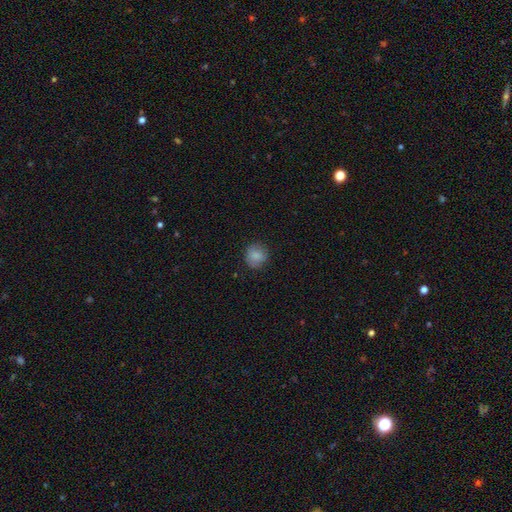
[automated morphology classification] Smooth or featured: smooth — 84% (star or artifact — 9%)
How rounded: round — 86% (in between — 13%)
Merging: none — 81% (minor disturbance — 15%)